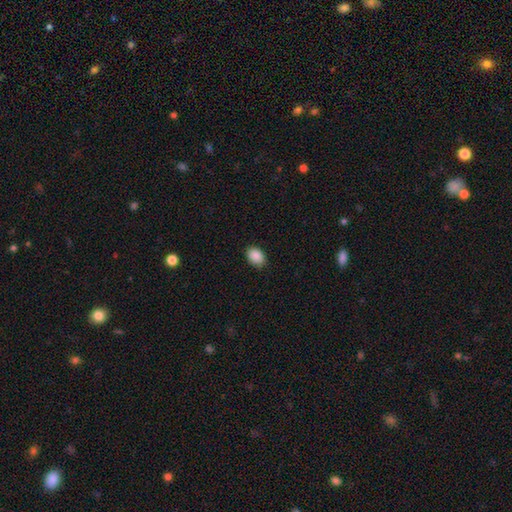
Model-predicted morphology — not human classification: Smooth or featured? smooth (90%)
How rounded? in between (77%)
Merging? none (85%)